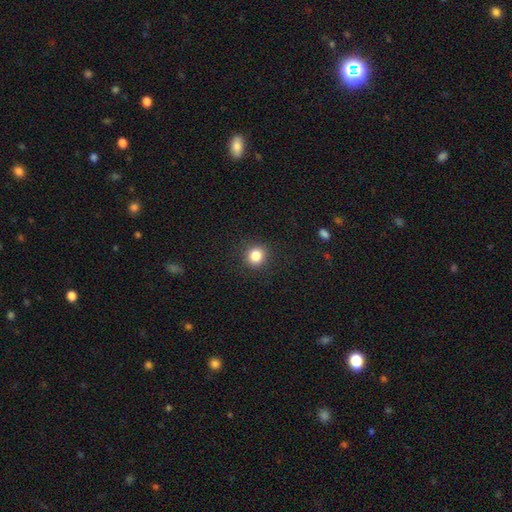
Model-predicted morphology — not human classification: A smooth galaxy with no disk features (84%) that is round (89%). Merging: none (91%).